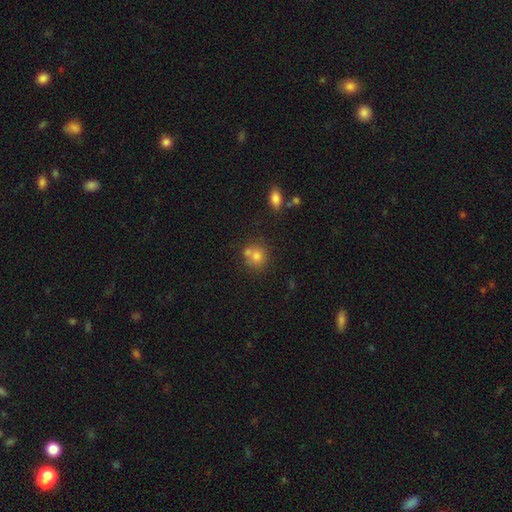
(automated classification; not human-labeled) Smooth or featured: smooth — 73% (featured or disk — 13%)
How rounded: round — 82% (in between — 17%)
Merging: none — 53% (merger — 33%)